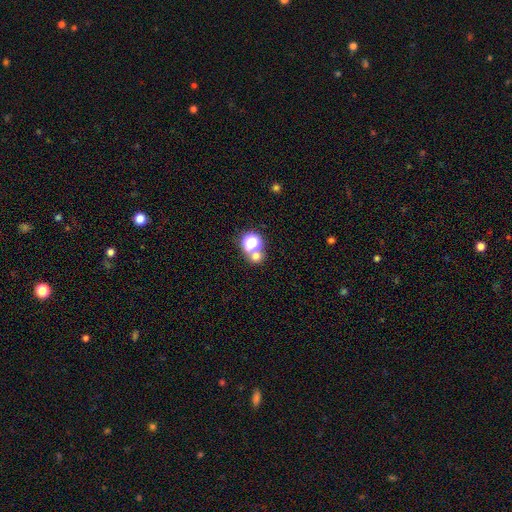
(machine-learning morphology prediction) Smooth or featured?
  - smooth: 65% *
  - star or artifact: 27%
  - featured or disk: 8%
How rounded?
  - round: 84% *
  - in between: 15%
  - cigar-shaped: 1%
Merging?
  - none: 57% *
  - merger: 33%
  - minor disturbance: 6%
  - major disturbance: 4%